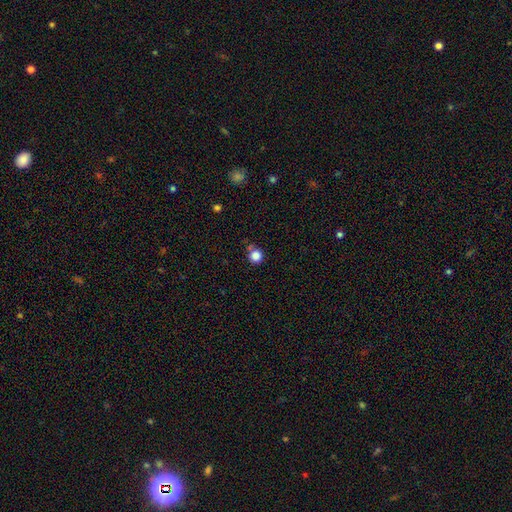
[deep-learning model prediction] The model was most divided on "merging": none: 73%, minor disturbance: 14%, merger: 8%, major disturbance: 4%. More confident: how rounded — round (93%); smooth or featured — smooth (84%).